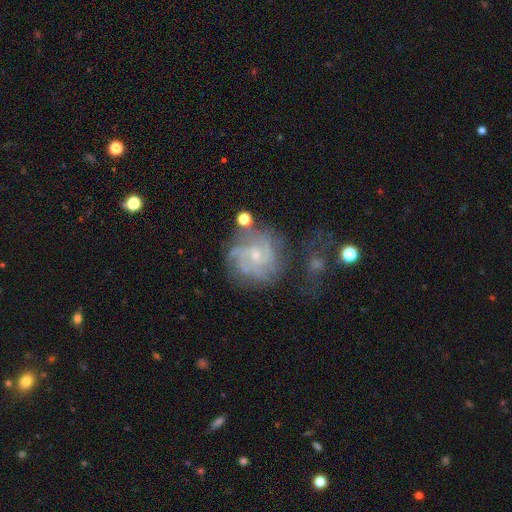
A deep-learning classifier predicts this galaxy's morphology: smooth_or_featured: featured or disk (p=0.81) [alt: smooth p=0.11]
disk_edge_on: no (p=0.98) [alt: yes p=0.02]
bar: no (p=0.70) [alt: weak p=0.25]
has_spiral_arms: yes (p=0.94) [alt: no p=0.06]
spiral_winding: tight (p=0.58) [alt: medium p=0.33]
spiral_arm_count: can't tell (p=0.33) [alt: 3 p=0.21]
bulge_size: small (p=0.76) [alt: moderate p=0.19]
merging: none (p=0.51) [alt: minor disturbance p=0.20]